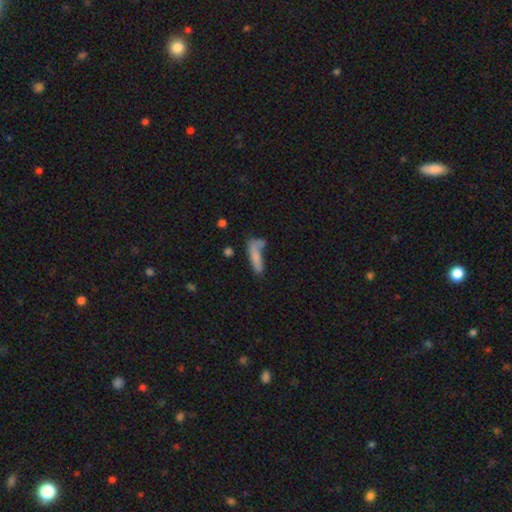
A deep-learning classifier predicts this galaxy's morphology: Q: Smooth or featured?
A: smooth (73%); runner-up: featured or disk (17%)
Q: How rounded?
A: cigar-shaped (68%); runner-up: in between (29%)
Q: Merging?
A: none (43%); runner-up: merger (23%)